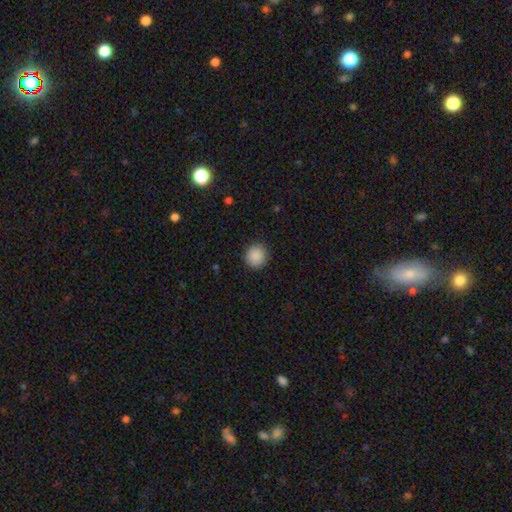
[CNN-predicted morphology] This appears to be a smooth galaxy with no disk features (89%) that is round (92%). Merging: none (91%).